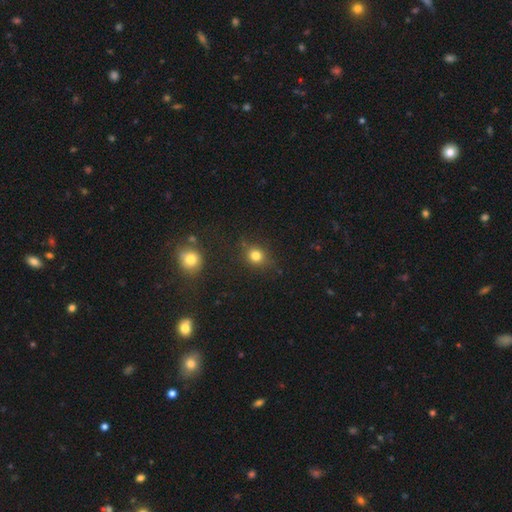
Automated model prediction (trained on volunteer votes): smooth_or_featured: smooth (p=0.80) [alt: star or artifact p=0.14]
how_rounded: round (p=0.79) [alt: in between p=0.20]
merging: none (p=0.78) [alt: minor disturbance p=0.13]